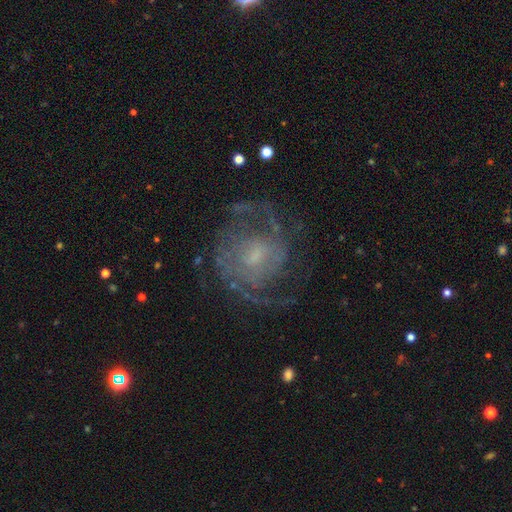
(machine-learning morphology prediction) This appears to be a featured or disk galaxy (81%) with no bar (50%), 2 (45%) tight (43%) spiral arms (90%) and a small central bulge (52%). Merging: none (69%).